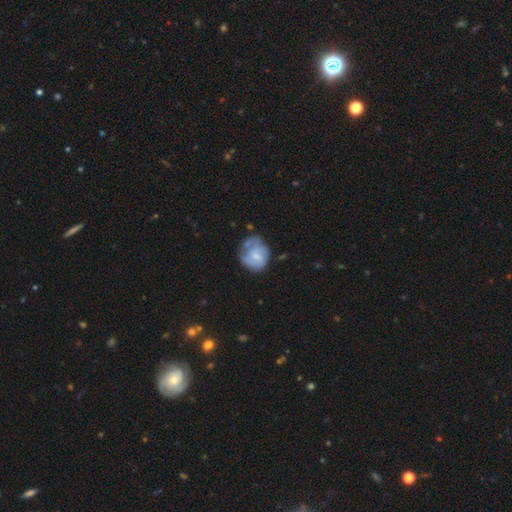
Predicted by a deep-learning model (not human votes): A featured or disk galaxy (49%).

Vote fractions:
- Smooth or featured? featured or disk: 49% / smooth: 44% / star or artifact: 8%
- Merging? none: 44% / minor disturbance: 29% / major disturbance: 22% / merger: 5%